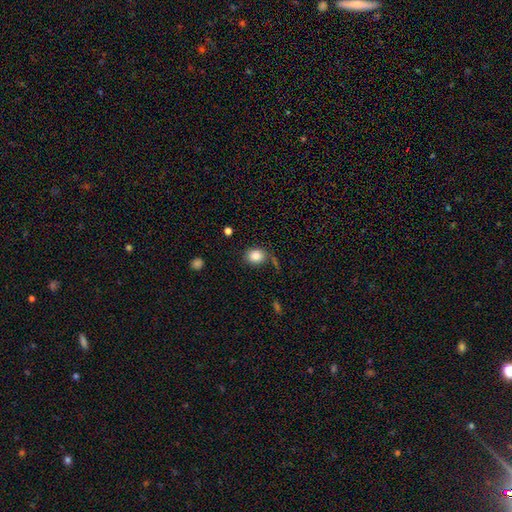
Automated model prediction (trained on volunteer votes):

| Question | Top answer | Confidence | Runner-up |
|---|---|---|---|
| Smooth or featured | smooth | 84% | star or artifact (9%) |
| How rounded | round | 68% | in between (31%) |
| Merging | none | 71% | minor disturbance (15%) |